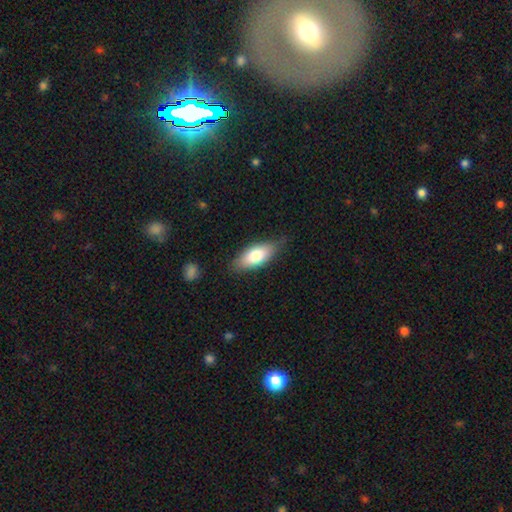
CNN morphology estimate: This is likely a smooth galaxy (74%). How rounded: clearly in between (81%). Merging: likely none (75%).